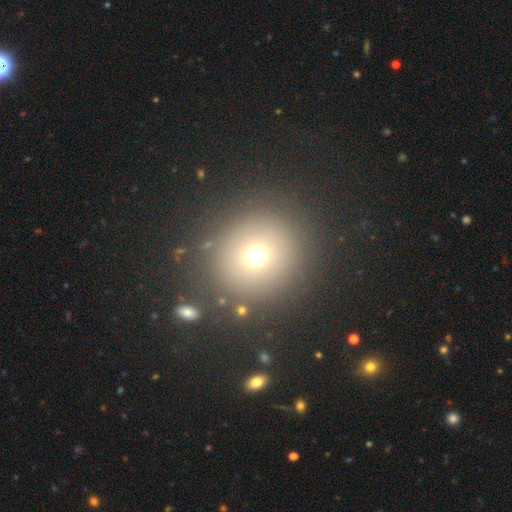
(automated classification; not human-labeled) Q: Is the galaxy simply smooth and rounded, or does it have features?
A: smooth — 69%.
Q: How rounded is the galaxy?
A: round — 91%.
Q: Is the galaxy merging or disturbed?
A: none — 85%.